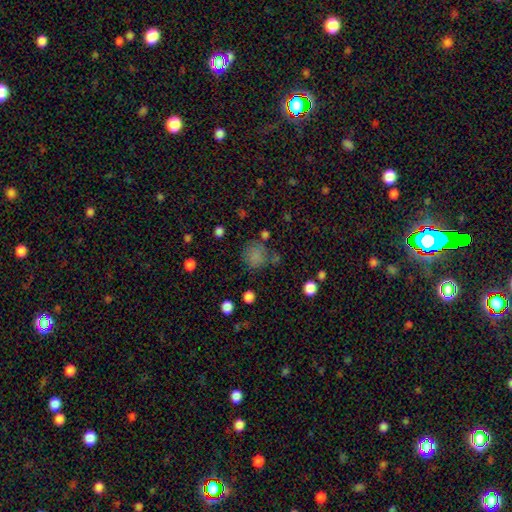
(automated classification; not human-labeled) Overall: smooth (76%). How rounded: round (83%). Merging: none (61%).